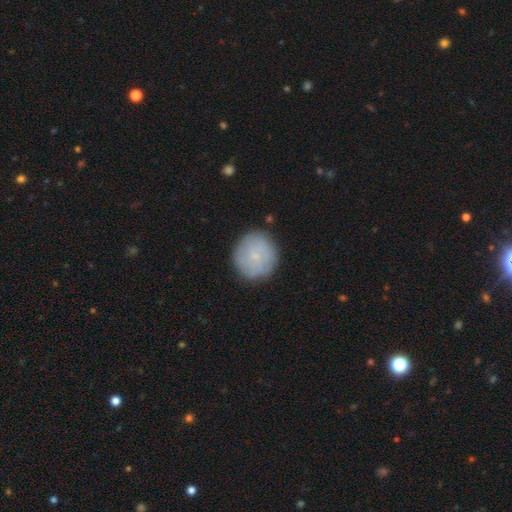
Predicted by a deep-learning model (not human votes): Smooth or featured? Predicted: smooth (p=0.70). How rounded? Predicted: round (p=0.93). Merging? Predicted: none (p=0.85).